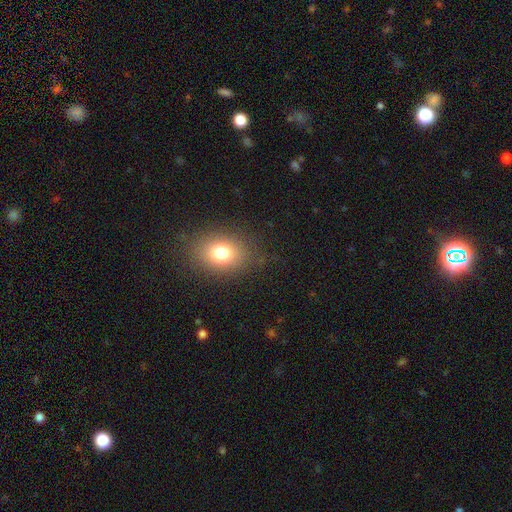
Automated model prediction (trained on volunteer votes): Q: Smooth or featured?
A: smooth (74%); runner-up: star or artifact (17%)
Q: How rounded?
A: in between (58%); runner-up: round (40%)
Q: Merging?
A: none (89%); runner-up: minor disturbance (8%)